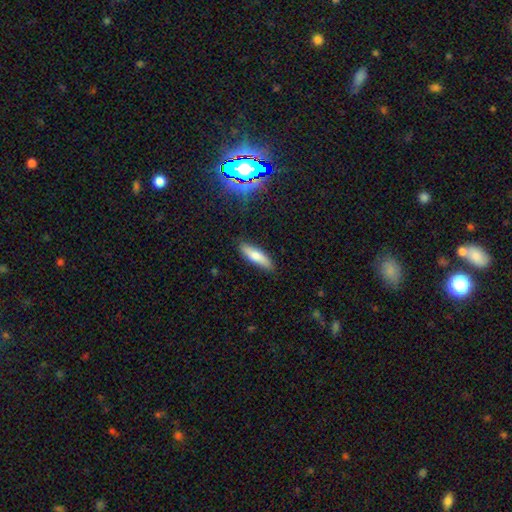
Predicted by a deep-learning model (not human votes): Smooth or featured: smooth — 70% (featured or disk — 23%)
How rounded: cigar-shaped — 60% (in between — 38%)
Merging: none — 85% (minor disturbance — 11%)